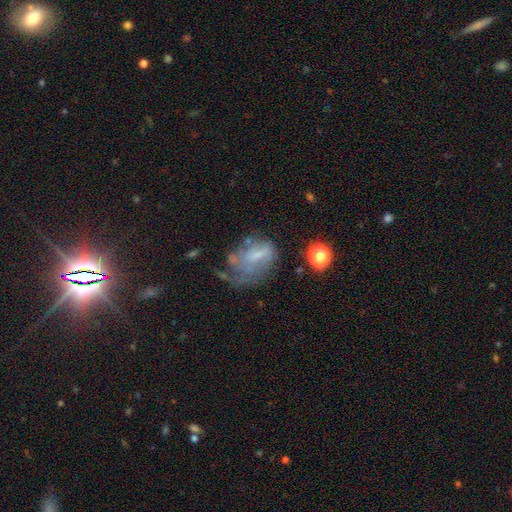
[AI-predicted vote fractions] A featured or disk galaxy (51%).

Vote fractions:
- Smooth or featured? featured or disk: 51% / smooth: 35% / star or artifact: 14%
- Edge-on disk? no: 96% / yes: 4%
- Merging? major disturbance: 40% / none: 29% / minor disturbance: 25% / merger: 6%